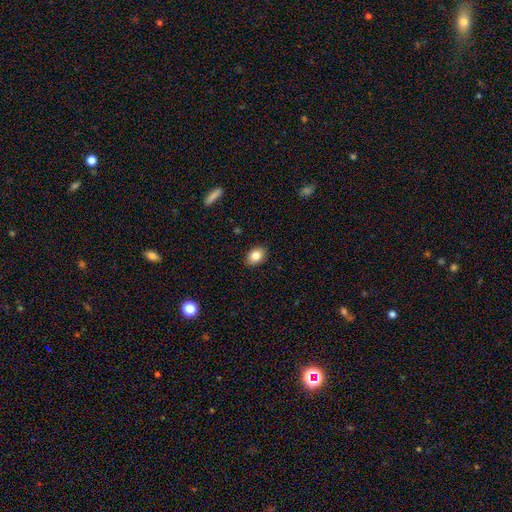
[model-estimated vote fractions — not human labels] smooth_or_featured: smooth (p=0.83) [alt: star or artifact p=0.09]
how_rounded: in between (p=0.77) [alt: round p=0.22]
merging: none (p=0.89) [alt: minor disturbance p=0.08]